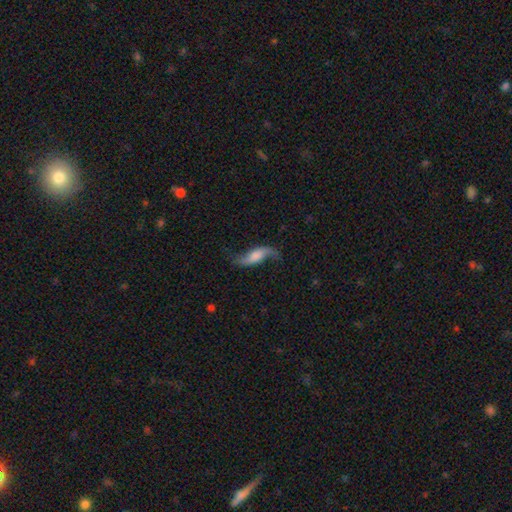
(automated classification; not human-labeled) This appears to be a featured or disk galaxy (69%) with no bar (52%), 2 (92%) loose (91%) spiral arms (92%) and no central bulge (36%). Merging: none (67%).